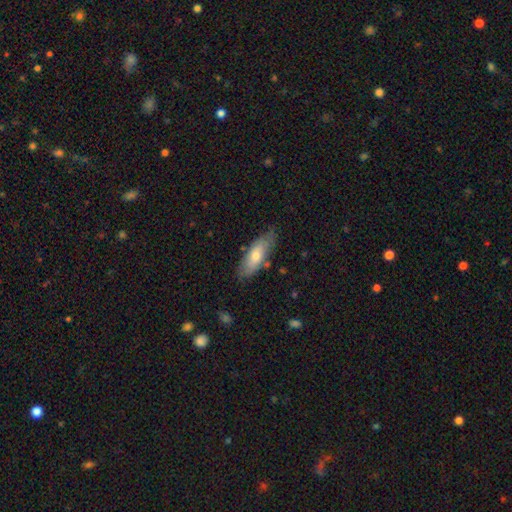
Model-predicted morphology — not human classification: This is likely a smooth galaxy (65%). How rounded: likely in between (66%). Merging: likely none (75%).